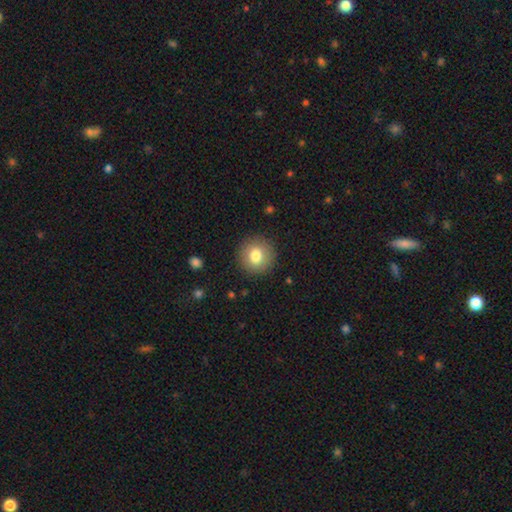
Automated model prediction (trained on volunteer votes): Morphology: type=smooth (79%); roundness=round (91%); merging=none (89%).